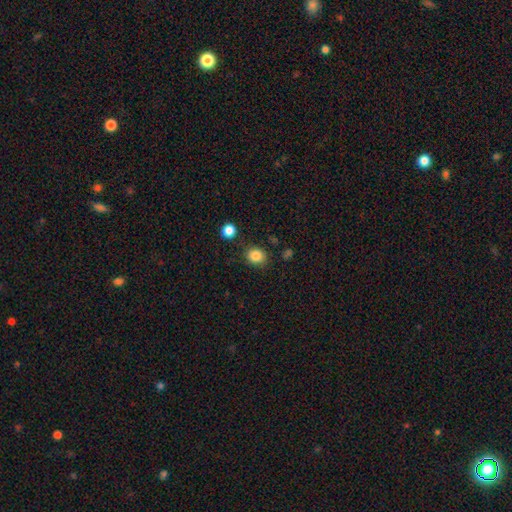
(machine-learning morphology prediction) Smooth or featured? Predicted: smooth (p=0.85). How rounded? Predicted: round (p=0.71). Merging? Predicted: none (p=0.83).